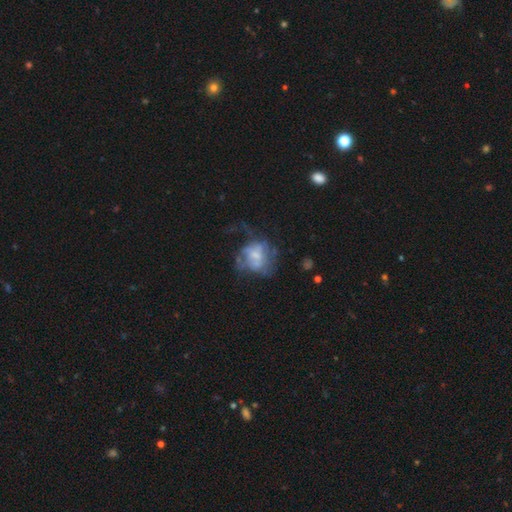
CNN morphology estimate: This appears to be a featured or disk galaxy (57%) with no bar (73%), no spiral arms (65%) and a small central bulge (35%). Merging: major disturbance (44%).